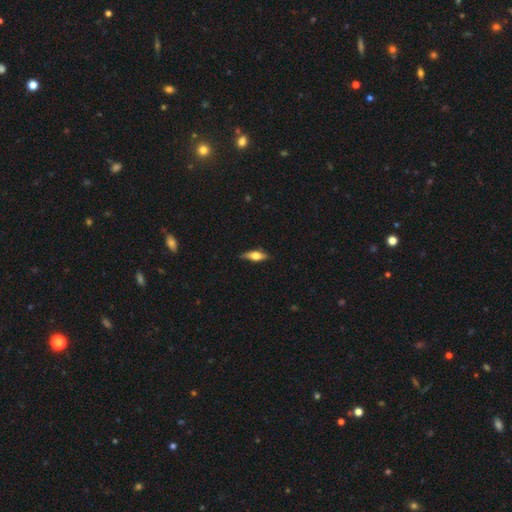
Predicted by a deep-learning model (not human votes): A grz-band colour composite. It shows a smooth galaxy with no disk features (52%) that is in between round and cigar-shaped (57%). Merging: none (83%).